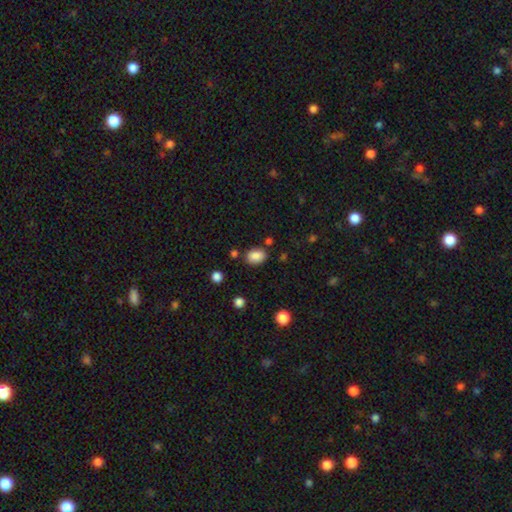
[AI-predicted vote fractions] Smooth or featured? smooth (87%)
How rounded? in between (77%)
Merging? none (79%)